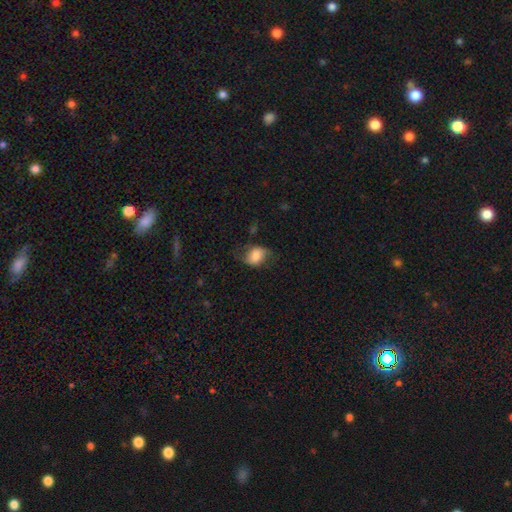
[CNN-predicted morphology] Smooth or featured? Predicted: smooth (p=0.70). How rounded? Predicted: in between (p=0.66). Merging? Predicted: none (p=0.55).